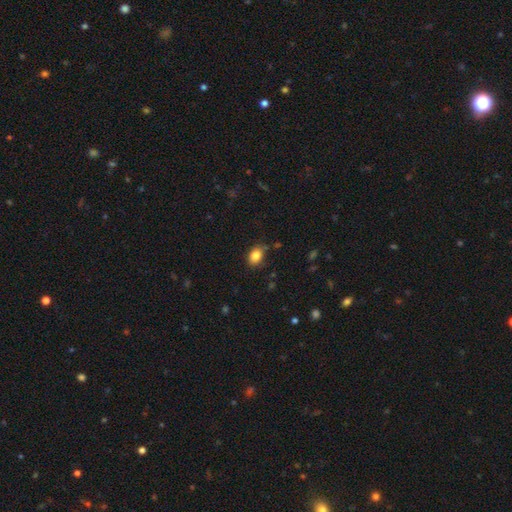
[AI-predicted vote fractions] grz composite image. It shows a smooth galaxy with no disk features (84%) that is in between round and cigar-shaped (74%). Merging: none (80%).